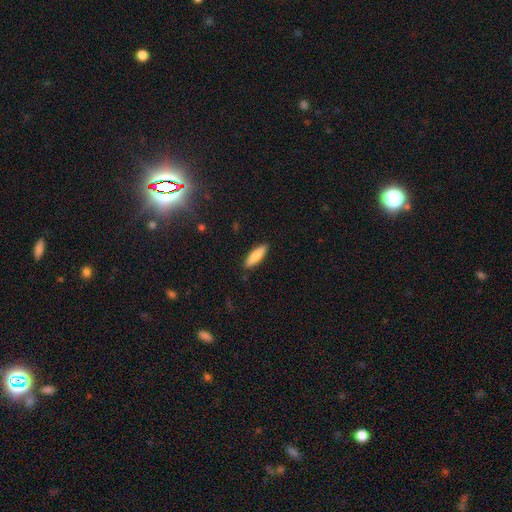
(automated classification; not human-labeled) smooth 78%, featured or disk 17%, star or artifact 6%. Down the decision tree: how rounded — cigar-shaped (56%); merging — none (88%).